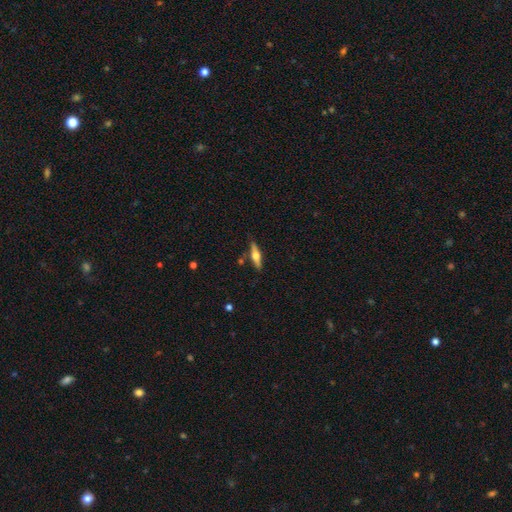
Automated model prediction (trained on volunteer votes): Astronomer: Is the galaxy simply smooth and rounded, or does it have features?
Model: featured or disk — 62%.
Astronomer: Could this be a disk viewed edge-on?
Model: yes — 95%.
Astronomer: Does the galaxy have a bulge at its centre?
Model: rounded — 94%.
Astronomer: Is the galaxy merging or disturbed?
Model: none — 83%.